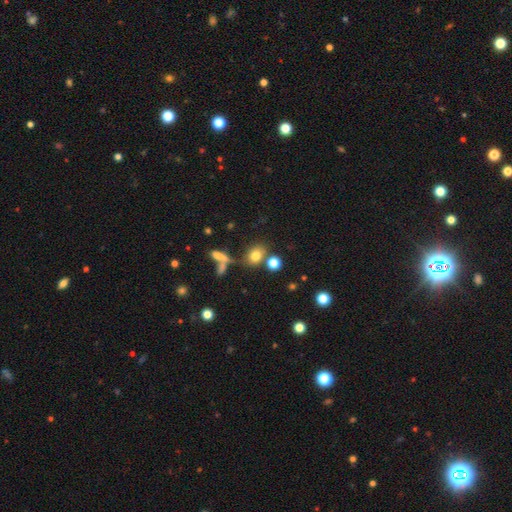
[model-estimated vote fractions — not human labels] smooth 76%, star or artifact 14%, featured or disk 10%. Down the decision tree: how rounded — round (53%); merging — none (66%).